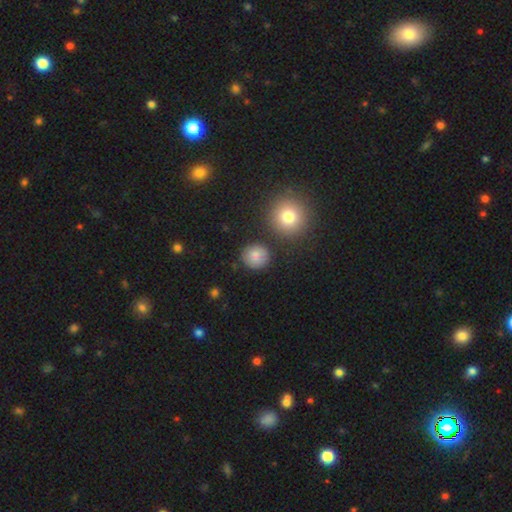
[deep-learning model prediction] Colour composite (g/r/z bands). It shows a smooth galaxy with no disk features (84%) that is round (90%). Merging: none (84%).